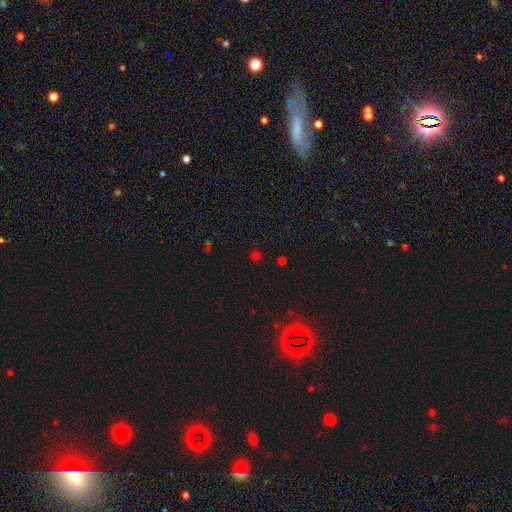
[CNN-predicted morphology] Smooth or featured?
  - smooth: 54% *
  - star or artifact: 40%
  - featured or disk: 5%
How rounded?
  - round: 88% *
  - in between: 11%
  - cigar-shaped: 1%
Merging?
  - none: 84% *
  - minor disturbance: 9%
  - major disturbance: 4%
  - merger: 3%